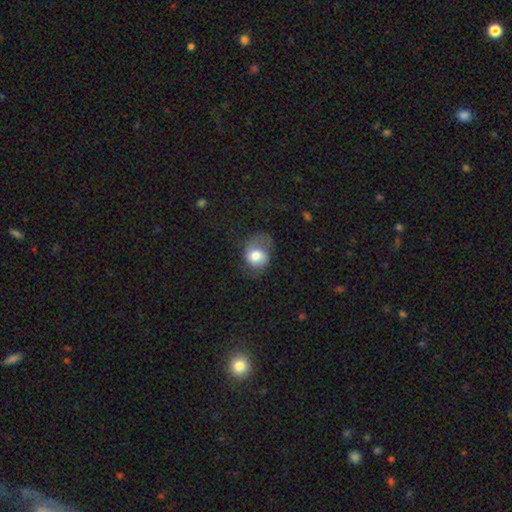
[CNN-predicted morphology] Smooth or featured?
  - smooth: 72% *
  - featured or disk: 19%
  - star or artifact: 8%
How rounded?
  - round: 60% *
  - in between: 39%
  - cigar-shaped: 1%
Merging?
  - none: 41% *
  - minor disturbance: 29%
  - major disturbance: 28%
  - merger: 2%